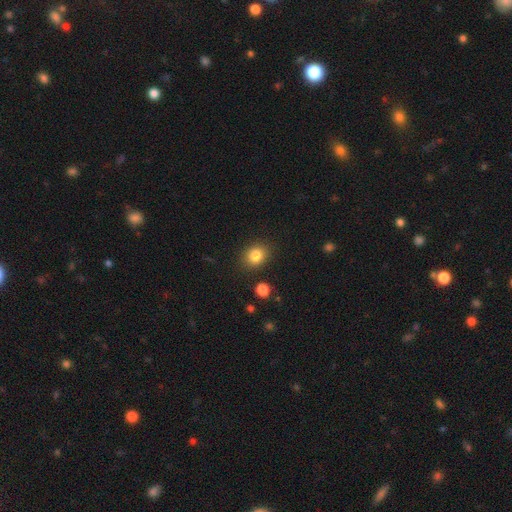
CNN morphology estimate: A smooth galaxy with no disk features (85%) that is round (57%). Merging: none (84%).